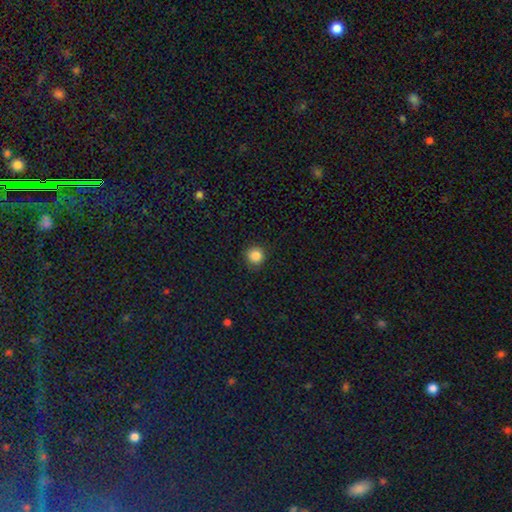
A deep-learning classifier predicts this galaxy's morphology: This is clearly a smooth galaxy (86%). How rounded: clearly round (95%). Merging: clearly none (90%).